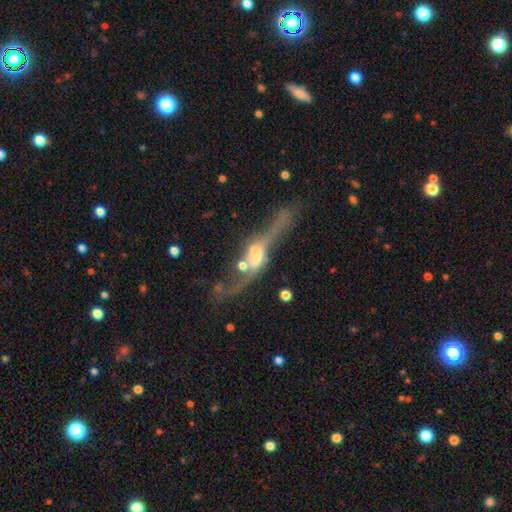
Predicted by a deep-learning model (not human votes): featured or disk 76%, smooth 16%, star or artifact 8%. Down the decision tree: edge-on disk — yes (50%, tied with no); merging — none (29%).